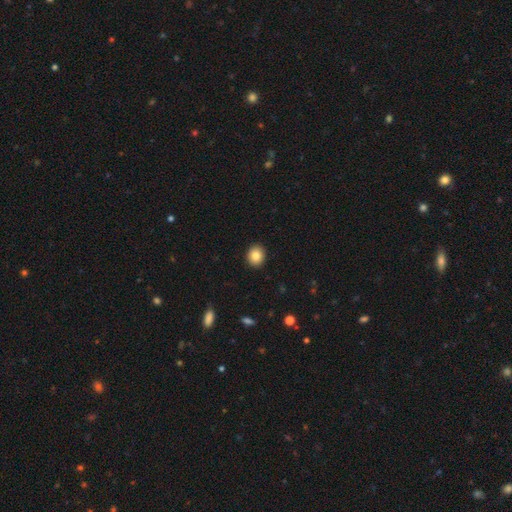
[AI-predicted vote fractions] This is clearly a smooth galaxy (83%). How rounded: likely round (72%). Merging: clearly none (92%).